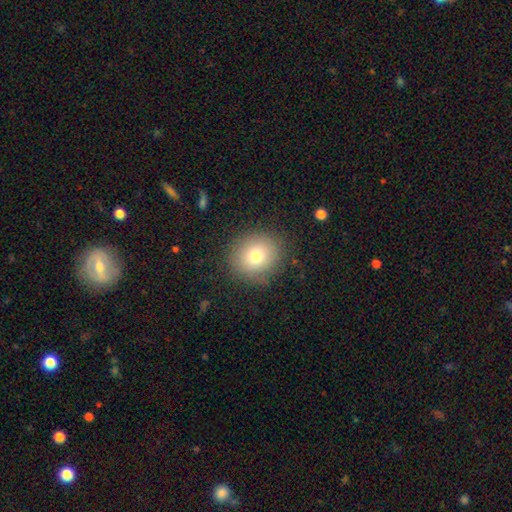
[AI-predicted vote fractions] smooth-or-featured: smooth: 75% | star or artifact: 13% | featured or disk: 12%
  how-rounded: round: 80% | in between: 19% | cigar-shaped: 1%
  merging: none: 85% | minor disturbance: 10% | major disturbance: 4% | merger: 1%